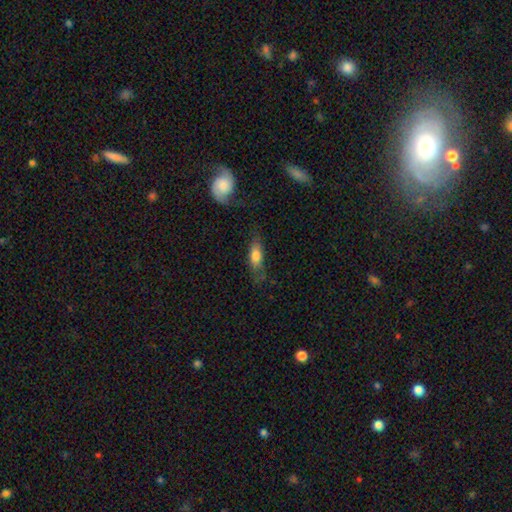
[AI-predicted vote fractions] Smooth or featured: smooth — 71% (featured or disk — 22%)
How rounded: in between — 64% (cigar-shaped — 33%)
Merging: none — 64% (minor disturbance — 23%)